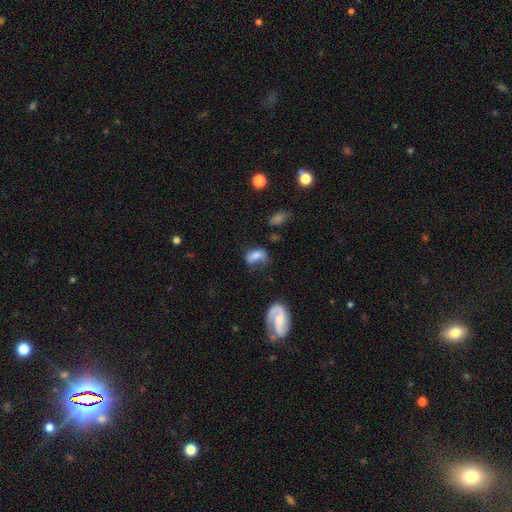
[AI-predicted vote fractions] smooth_or_featured: smooth (p=0.60) [alt: featured or disk p=0.29]
how_rounded: in between (p=0.84) [alt: round p=0.11]
merging: none (p=0.41) [alt: minor disturbance p=0.29]